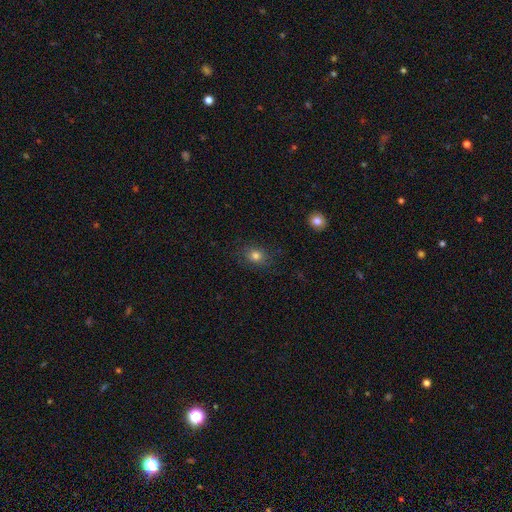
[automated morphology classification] Overall: smooth (79%). How rounded: round (55%; in between 44%). Merging: none (83%).